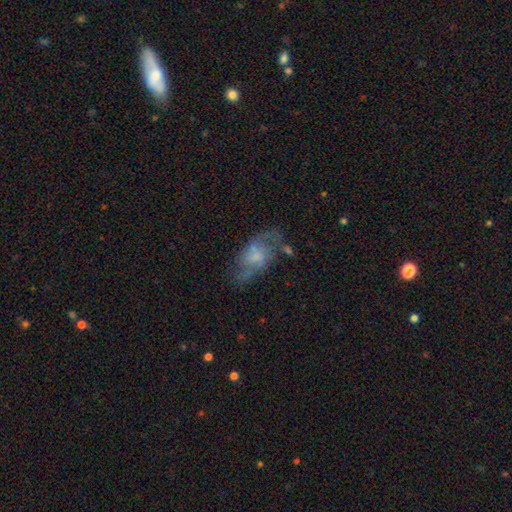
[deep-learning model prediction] Q: Smooth or featured?
A: featured or disk (63%); runner-up: smooth (28%)
Q: Edge-on disk?
A: no (94%); runner-up: yes (6%)
Q: Bar?
A: no (54%); runner-up: weak (39%)
Q: Spiral arms?
A: yes (79%); runner-up: no (21%)
Q: Bulge size?
A: small (33%); runner-up: none (30%)
Q: Merging?
A: none (57%); runner-up: minor disturbance (22%)